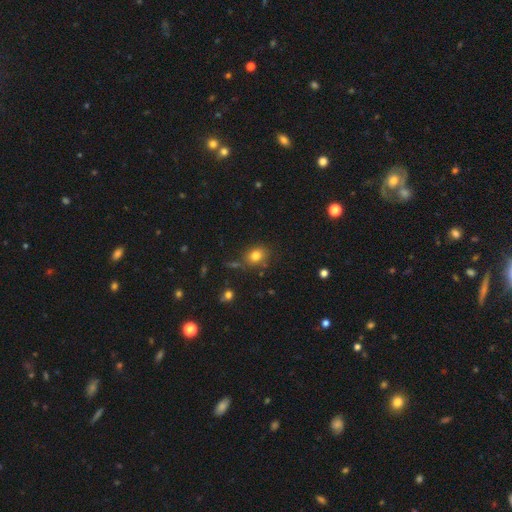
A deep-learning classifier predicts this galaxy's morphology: smooth 79%, star or artifact 13%, featured or disk 8%. Down the decision tree: how rounded — round (58%); merging — none (73%).